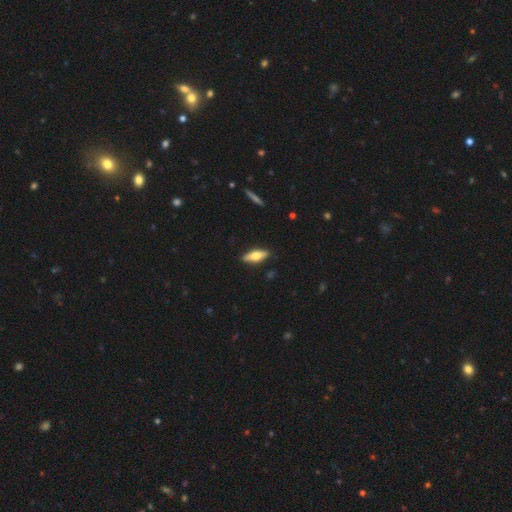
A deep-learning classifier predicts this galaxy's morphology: A smooth galaxy with no disk features (60%) that is in between round and cigar-shaped (60%). Merging: none (88%).